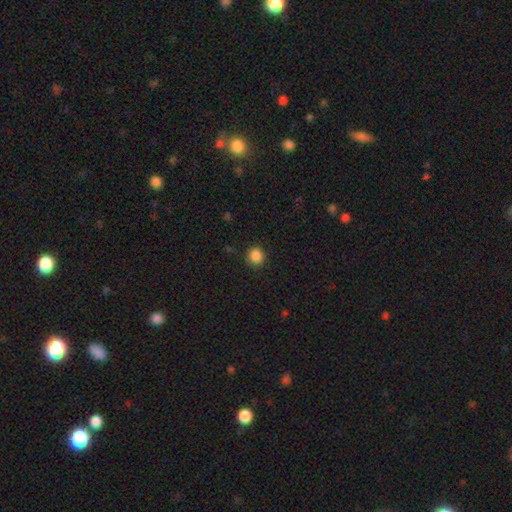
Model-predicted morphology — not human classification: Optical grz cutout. It shows a smooth galaxy with no disk features (87%) that is round (92%). Merging: none (90%).